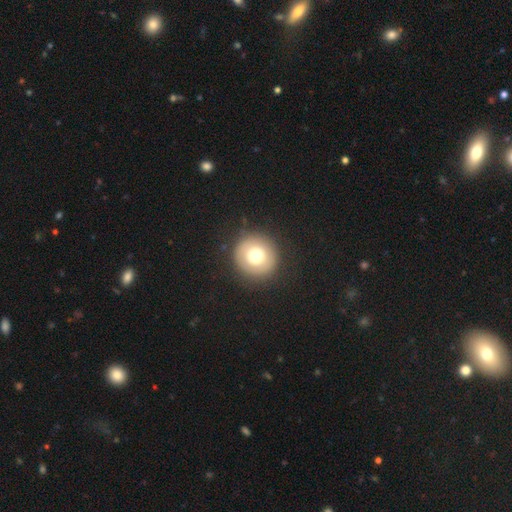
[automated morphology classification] Overall: smooth (70%). How rounded: round (95%). Merging: none (89%).